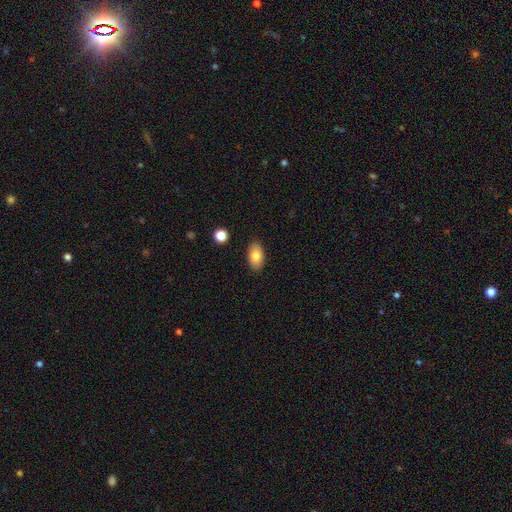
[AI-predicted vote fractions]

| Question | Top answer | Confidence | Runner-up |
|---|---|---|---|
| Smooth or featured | smooth | 82% | featured or disk (11%) |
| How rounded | in between | 93% | round (5%) |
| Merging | none | 88% | minor disturbance (8%) |